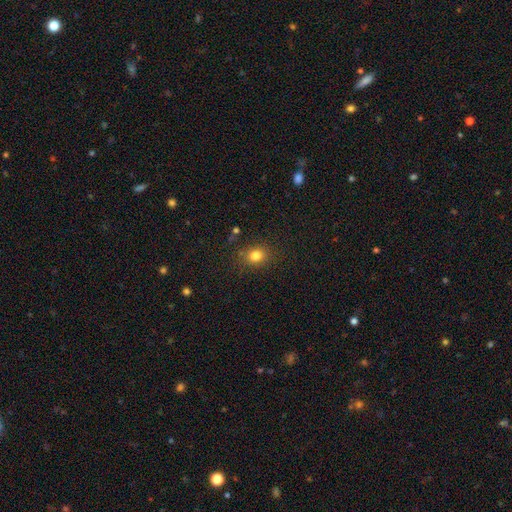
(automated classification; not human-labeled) The model was most divided on "how rounded": round: 60%, in between: 39%, cigar-shaped: 1%. More confident: merging — none (84%); smooth or featured — smooth (81%).